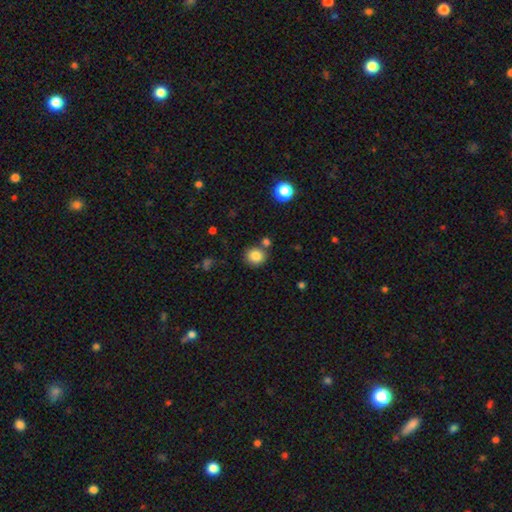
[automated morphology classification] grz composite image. It shows a smooth galaxy with no disk features (84%) that is round (84%). Merging: none (77%).